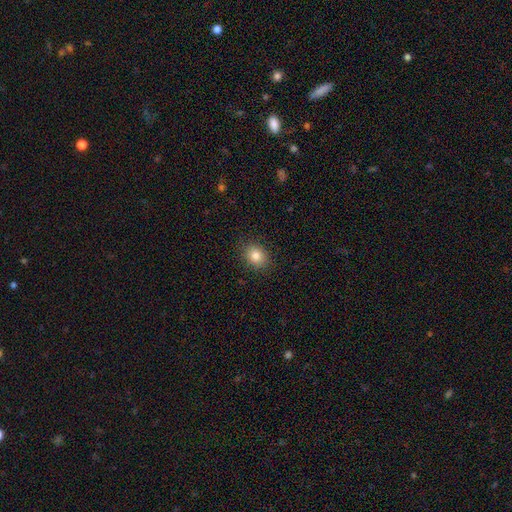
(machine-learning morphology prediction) This is clearly a smooth galaxy (83%). How rounded: possibly round (57%). Merging: clearly none (88%).